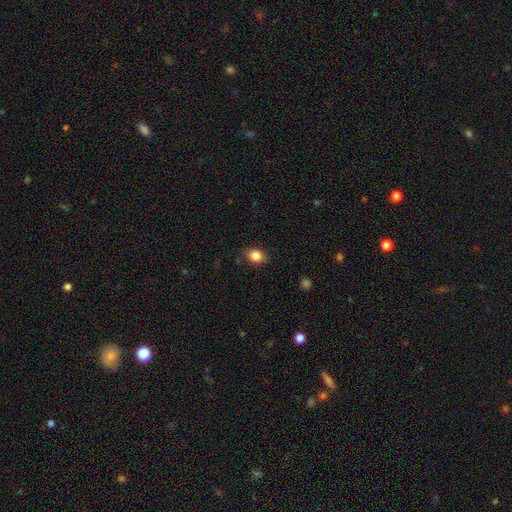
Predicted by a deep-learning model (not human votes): smooth-or-featured: smooth: 85% | star or artifact: 9% | featured or disk: 6%
  how-rounded: in between: 68% | round: 31% | cigar-shaped: 1%
  merging: none: 84% | minor disturbance: 12% | major disturbance: 3% | merger: 1%